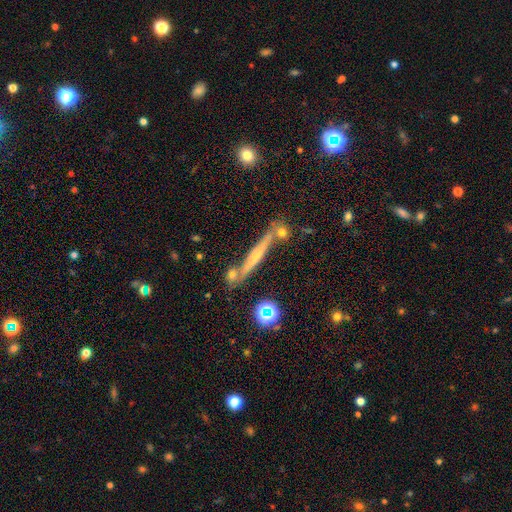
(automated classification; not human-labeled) Smooth or featured: featured or disk — 62% (smooth — 26%)
Edge-on disk: yes — 95% (no — 5%)
Edge-on bulge: rounded — 58% (none — 33%)
Merging: none — 77% (minor disturbance — 11%)